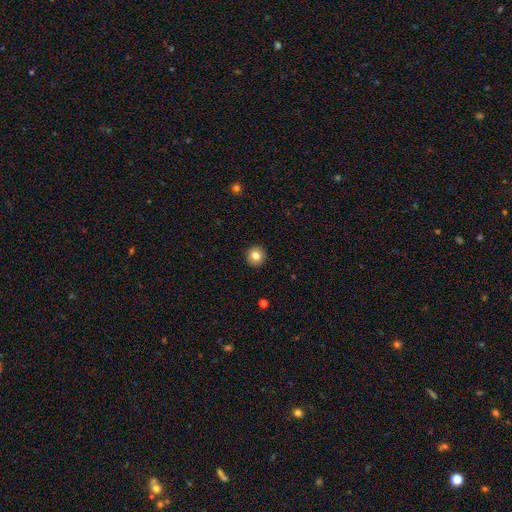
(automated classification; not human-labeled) Smooth or featured? Predicted: smooth (p=0.82). How rounded? Predicted: round (p=0.95). Merging? Predicted: none (p=0.93).